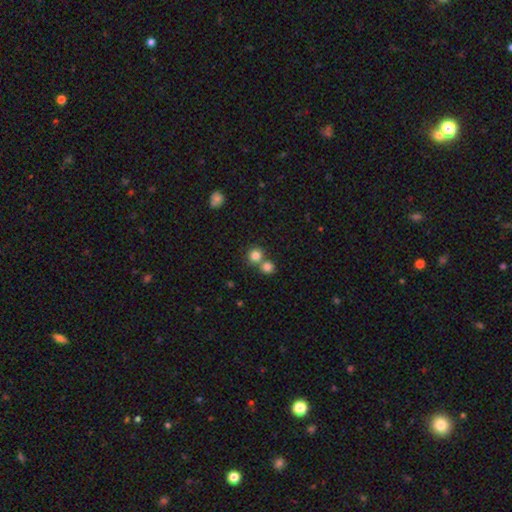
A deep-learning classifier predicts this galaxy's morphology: smooth-or-featured: smooth: 82% | star or artifact: 11% | featured or disk: 6%
  how-rounded: round: 89% | in between: 10% | cigar-shaped: 1%
  merging: none: 57% | merger: 34% | minor disturbance: 6% | major disturbance: 2%